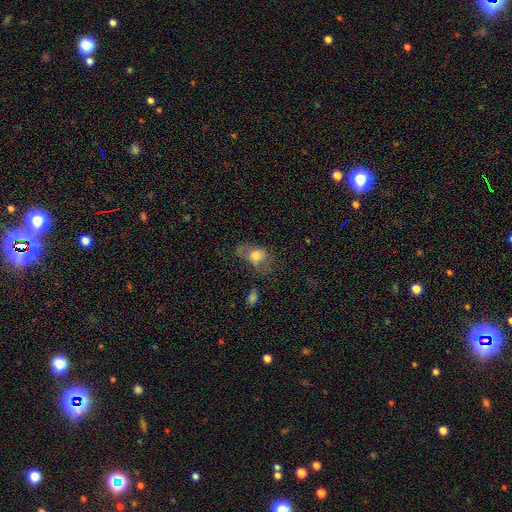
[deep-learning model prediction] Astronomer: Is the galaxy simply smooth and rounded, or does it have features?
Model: smooth — 71%.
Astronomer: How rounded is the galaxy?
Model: in between — 66%.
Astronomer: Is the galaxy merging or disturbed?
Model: none — 39% (runner-up: minor disturbance, 28%).